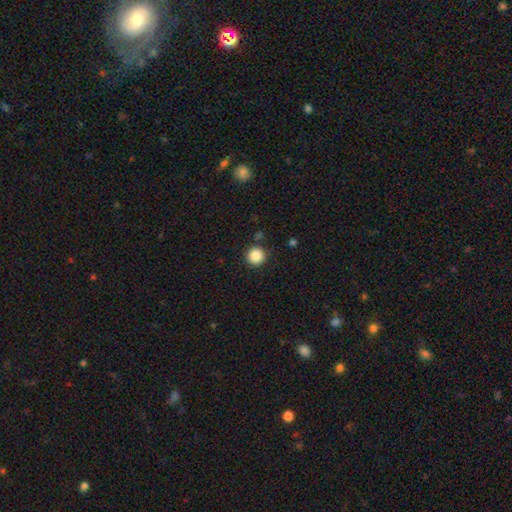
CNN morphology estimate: Smooth or featured: smooth — 88% (star or artifact — 10%)
How rounded: round — 95% (in between — 4%)
Merging: none — 89% (minor disturbance — 6%)